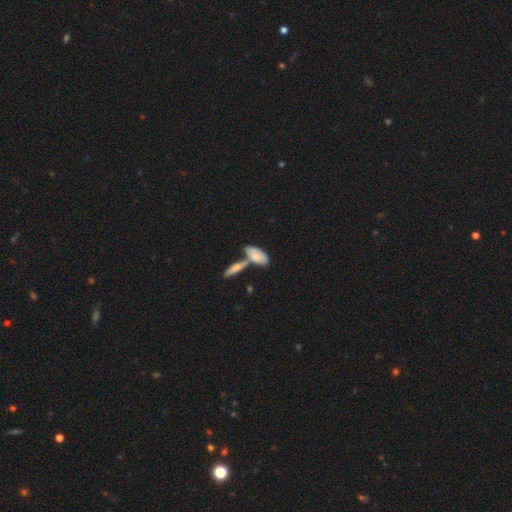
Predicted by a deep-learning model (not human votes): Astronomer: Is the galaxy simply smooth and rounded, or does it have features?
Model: smooth — 71%.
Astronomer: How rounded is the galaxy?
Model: in between — 83%.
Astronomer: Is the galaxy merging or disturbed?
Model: merger — 45% (runner-up: none, 38%).